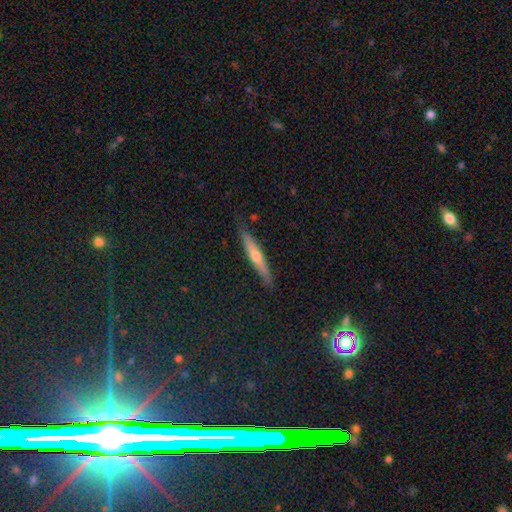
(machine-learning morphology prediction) Overall: featured or disk (55%; smooth 38%). Edge-on disk: yes (94%). Edge-on bulge: rounded (81%). Merging: none (85%).